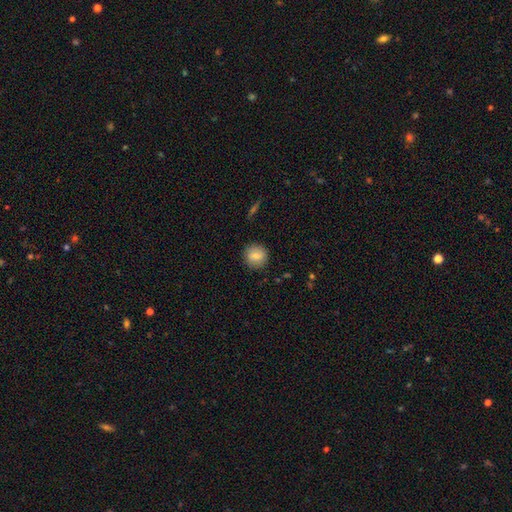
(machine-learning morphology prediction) Smooth or featured? smooth (81%)
How rounded? round (91%)
Merging? none (89%)